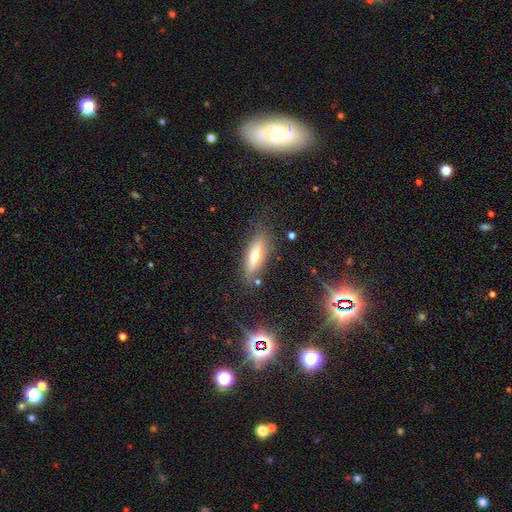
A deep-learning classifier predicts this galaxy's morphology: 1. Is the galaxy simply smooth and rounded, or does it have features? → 50% smooth, 39% featured or disk, 11% star or artifact.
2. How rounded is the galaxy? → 51% cigar-shaped, 47% in between, 3% round.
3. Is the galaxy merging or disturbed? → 79% none, 14% minor disturbance, 4% major disturbance, 3% merger.